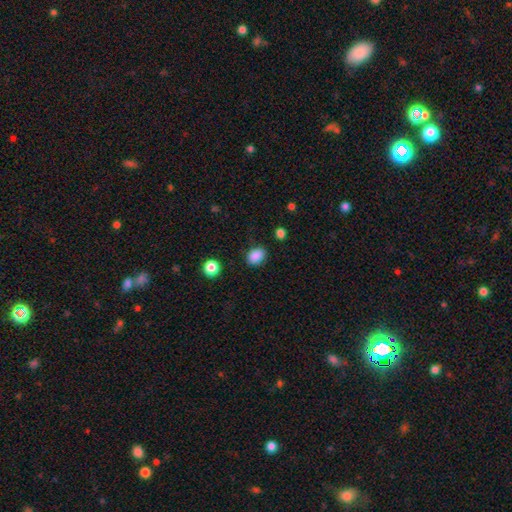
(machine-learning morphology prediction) Smooth or featured?
  - smooth: 87% *
  - star or artifact: 10%
  - featured or disk: 3%
How rounded?
  - in between: 65% *
  - round: 34%
  - cigar-shaped: 1%
Merging?
  - none: 82% *
  - minor disturbance: 13%
  - major disturbance: 3%
  - merger: 2%